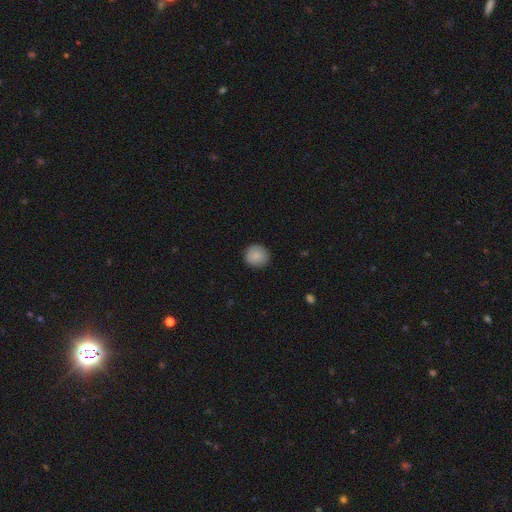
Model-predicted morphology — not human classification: smooth-or-featured: smooth: 88% | star or artifact: 7% | featured or disk: 4%
  how-rounded: round: 92% | in between: 7% | cigar-shaped: 1%
  merging: none: 89% | minor disturbance: 8% | major disturbance: 2% | merger: 1%